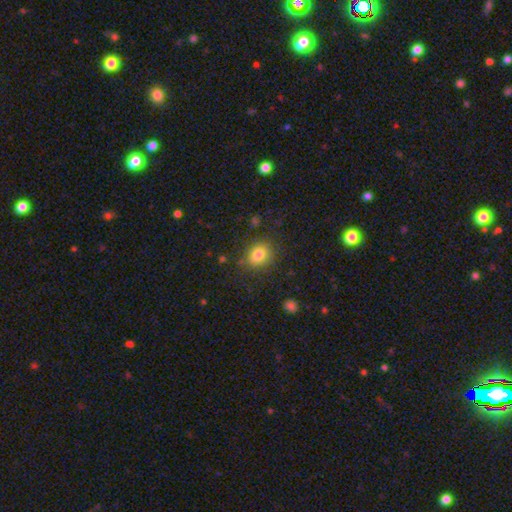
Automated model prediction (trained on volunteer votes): Morphology: type=smooth (81%); roundness=round (62%); merging=none (84%).